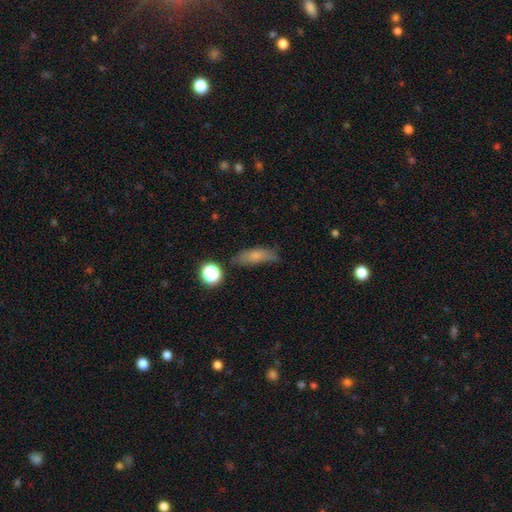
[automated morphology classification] Smooth or featured? smooth (69%)
How rounded? in between (49%)
Merging? none (71%)